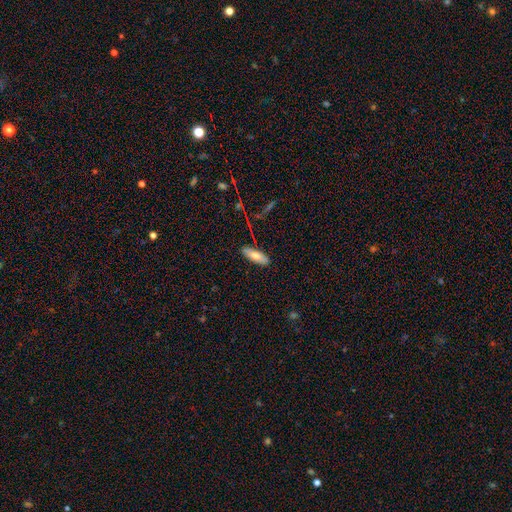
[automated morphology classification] Smooth or featured?
  - smooth: 73% *
  - featured or disk: 19%
  - star or artifact: 7%
How rounded?
  - in between: 63% *
  - cigar-shaped: 35%
  - round: 2%
Merging?
  - none: 85% *
  - minor disturbance: 11%
  - major disturbance: 2%
  - merger: 2%